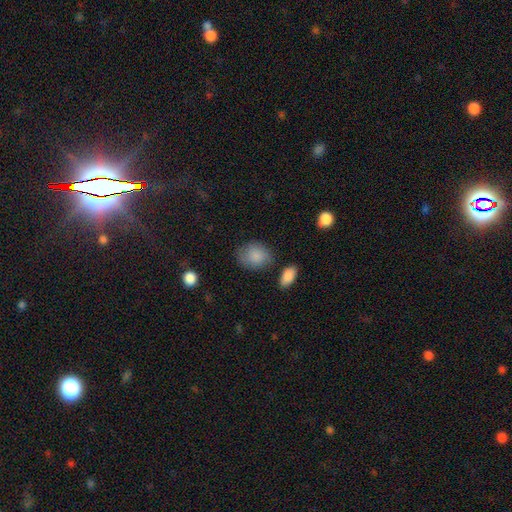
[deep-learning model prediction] Smooth or featured? Predicted: smooth (p=0.85). How rounded? Predicted: round (p=0.52). Merging? Predicted: none (p=0.68).